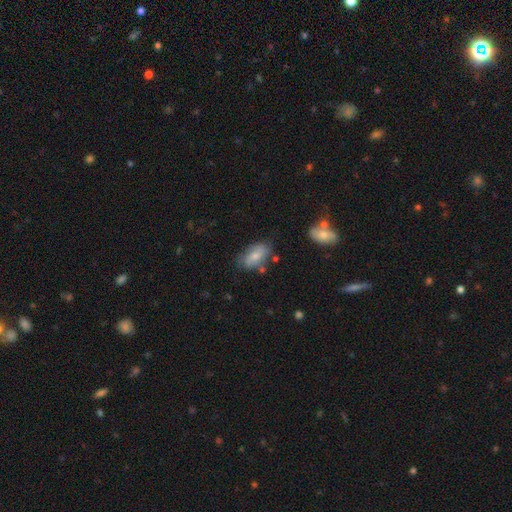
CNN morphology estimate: A smooth galaxy with no disk features (60%) that is in between round and cigar-shaped (90%).

Vote fractions:
- Smooth or featured? smooth: 60% / featured or disk: 33% / star or artifact: 7%
- How rounded? in between: 90% / round: 6% / cigar-shaped: 4%
- Merging? none: 62% / minor disturbance: 25% / major disturbance: 7% / merger: 6%